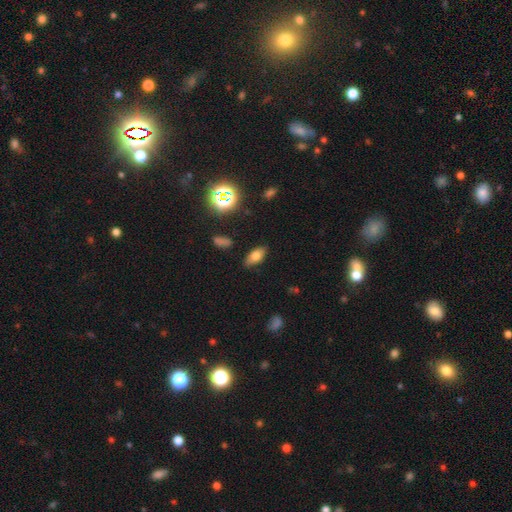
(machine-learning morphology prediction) This is likely a smooth galaxy (73%). How rounded: clearly in between (87%). Merging: clearly none (84%).